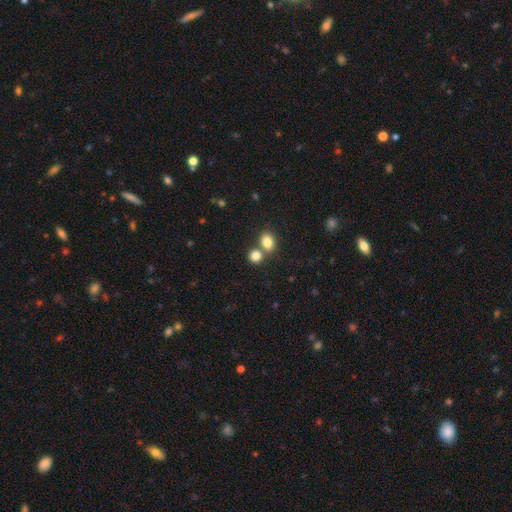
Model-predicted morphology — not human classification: This appears to be a smooth galaxy with no disk features (82%) that is round (65%). Merging: none (51%).